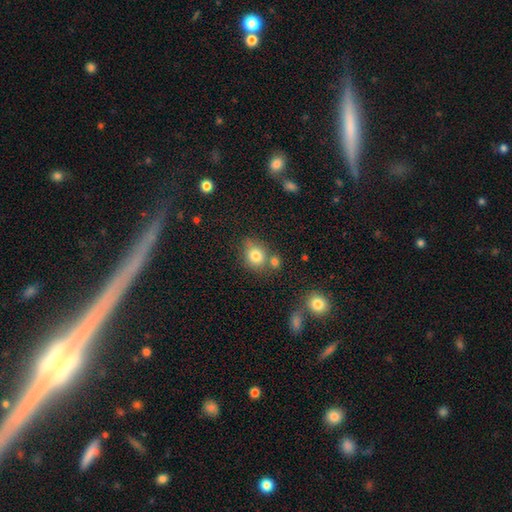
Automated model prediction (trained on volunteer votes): Smooth or featured: smooth — 79% (star or artifact — 11%)
How rounded: round — 68% (in between — 31%)
Merging: none — 56% (merger — 23%)